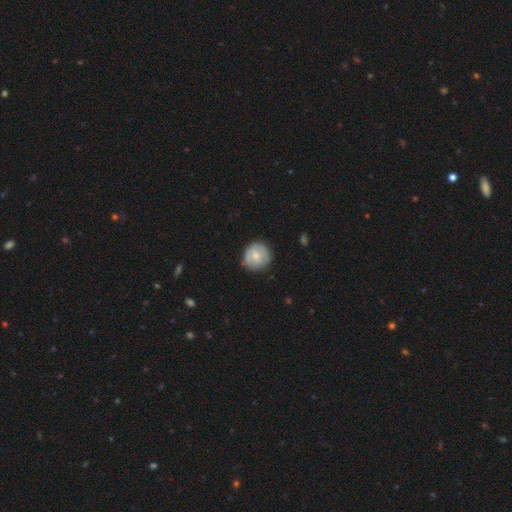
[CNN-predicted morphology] The model was most divided on "smooth or featured": smooth: 65%, featured or disk: 28%, star or artifact: 6%. More confident: how rounded — round (90%); merging — none (77%).